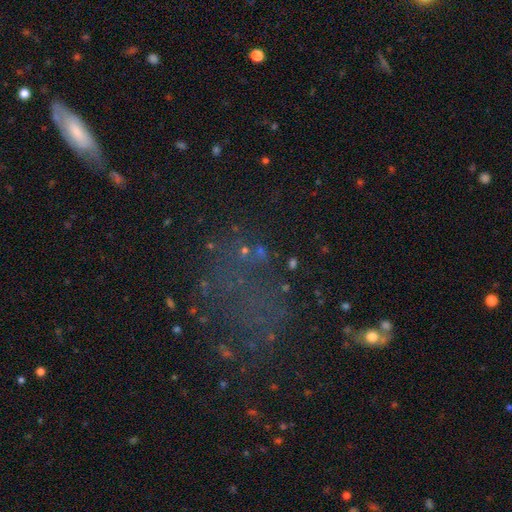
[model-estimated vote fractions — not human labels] Q: Smooth or featured?
A: star or artifact (48%); runner-up: smooth (28%)